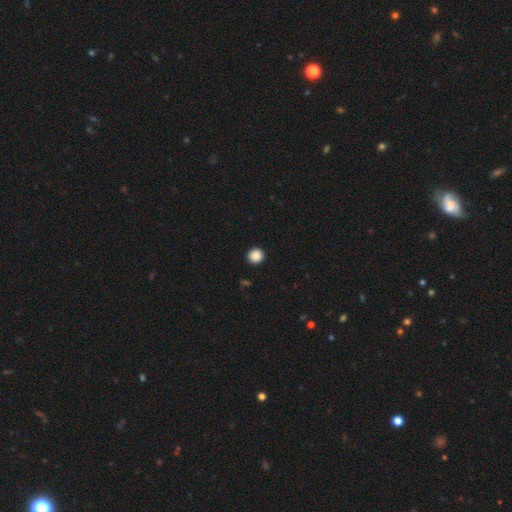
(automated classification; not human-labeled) Smooth or featured? Predicted: smooth (p=0.88). How rounded? Predicted: round (p=0.94). Merging? Predicted: none (p=0.93).